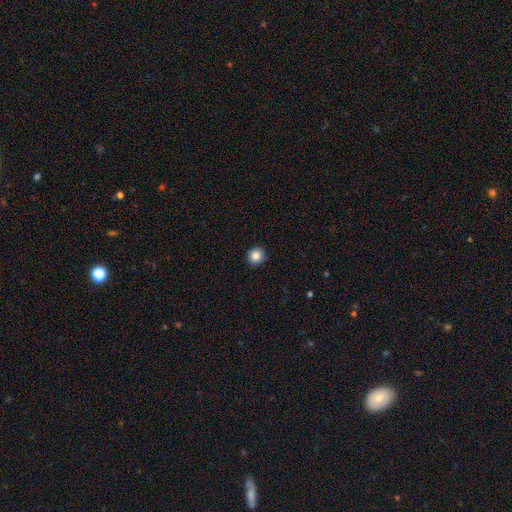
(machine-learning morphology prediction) Smooth or featured?
  - smooth: 85% *
  - star or artifact: 10%
  - featured or disk: 5%
How rounded?
  - round: 94% *
  - in between: 5%
  - cigar-shaped: 1%
Merging?
  - none: 92% *
  - minor disturbance: 6%
  - major disturbance: 2%
  - merger: 1%